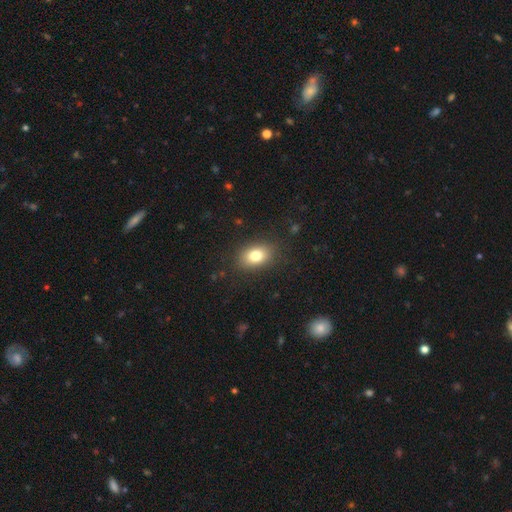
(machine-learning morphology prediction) smooth_or_featured: smooth (p=0.79) [alt: featured or disk p=0.11]
how_rounded: in between (p=0.79) [alt: round p=0.20]
merging: none (p=0.86) [alt: minor disturbance p=0.09]